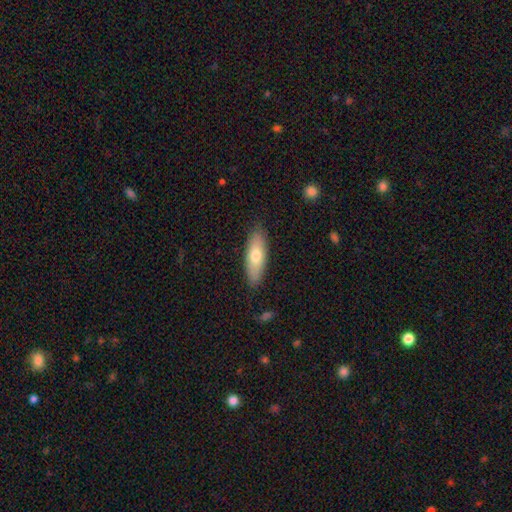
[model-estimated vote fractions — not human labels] Smooth or featured?
  - smooth: 70% *
  - featured or disk: 24%
  - star or artifact: 6%
How rounded?
  - in between: 60% *
  - cigar-shaped: 38%
  - round: 2%
Merging?
  - none: 87% *
  - minor disturbance: 10%
  - major disturbance: 2%
  - merger: 1%